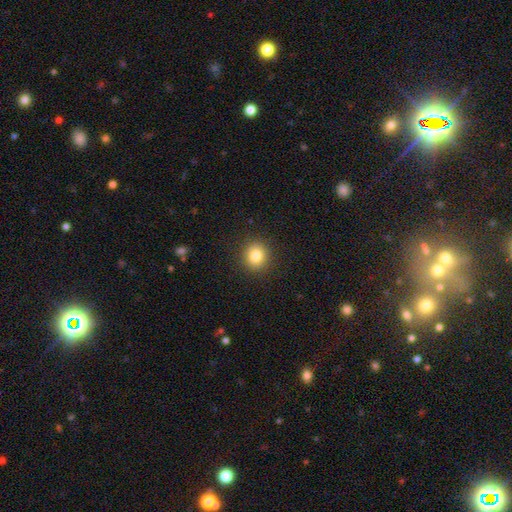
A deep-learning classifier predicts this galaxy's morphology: smooth_or_featured: smooth (p=0.83) [alt: star or artifact p=0.11]
how_rounded: round (p=0.83) [alt: in between p=0.16]
merging: none (p=0.91) [alt: minor disturbance p=0.06]